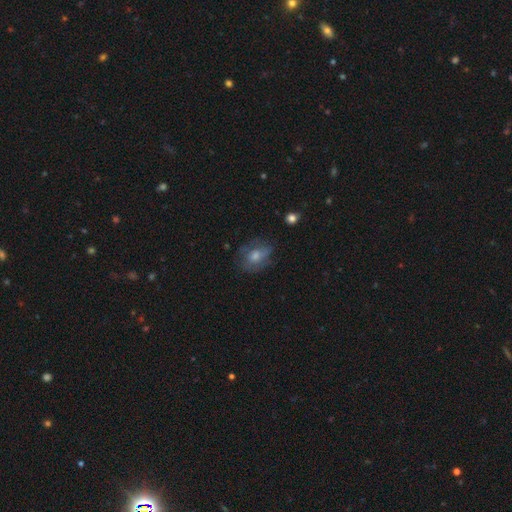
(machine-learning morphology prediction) This is possibly a smooth galaxy (54%). How rounded: possibly in between (59%). Merging: possibly none (56%).